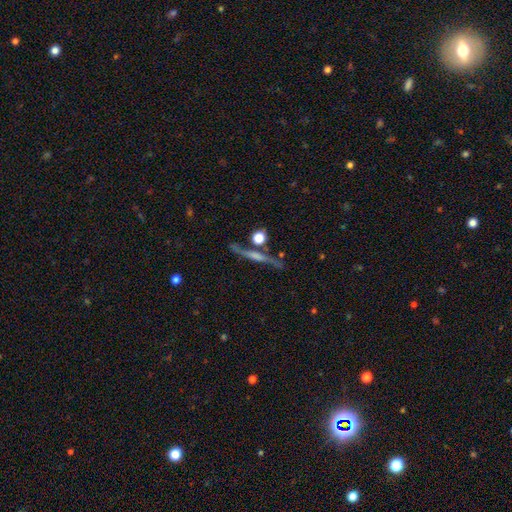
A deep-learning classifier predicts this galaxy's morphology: This is likely a featured or disk galaxy (61%). It is clearly viewed edge-on (86%). Edge-on bulge: likely rounded (73%). Merging: likely none (71%).